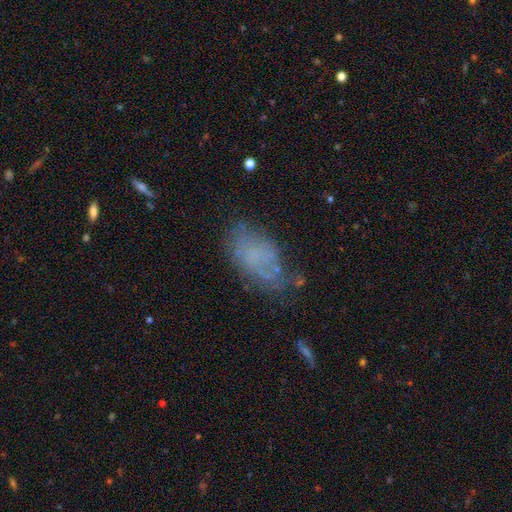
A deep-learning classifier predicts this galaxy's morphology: This appears to be a smooth galaxy with no disk features (54%) that is in between round and cigar-shaped (91%). Merging: none (52%).